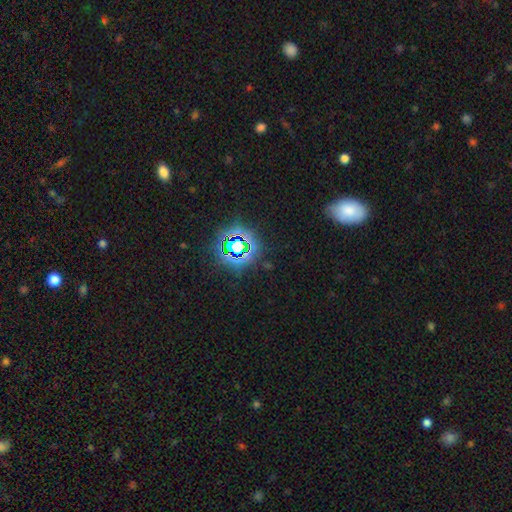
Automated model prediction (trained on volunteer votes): star or artifact 75%, smooth 17%, featured or disk 8%.